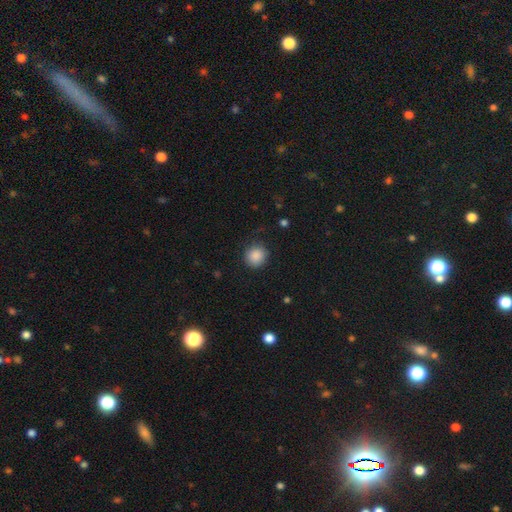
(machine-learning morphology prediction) This appears to be a smooth galaxy with no disk features (88%) that is round (89%). Merging: none (85%).